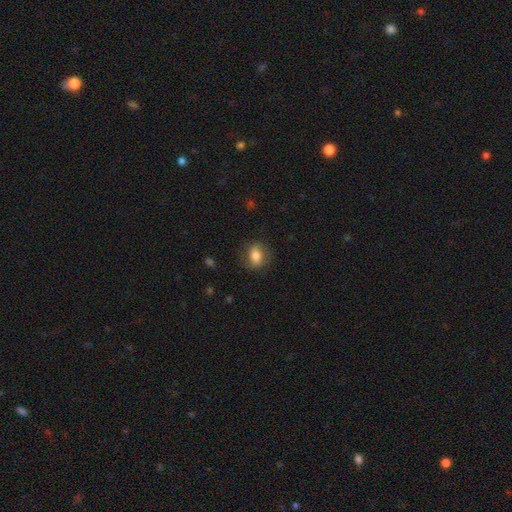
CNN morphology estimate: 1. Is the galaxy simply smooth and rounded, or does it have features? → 67% smooth, 25% featured or disk, 8% star or artifact.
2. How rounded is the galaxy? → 65% in between, 33% round, 2% cigar-shaped.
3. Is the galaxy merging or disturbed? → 74% none, 17% minor disturbance, 8% major disturbance, 1% merger.